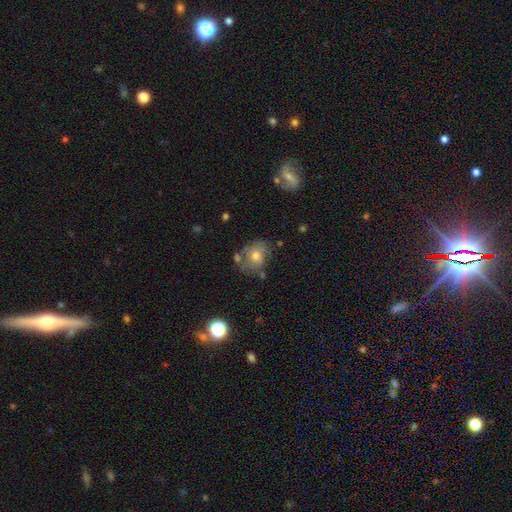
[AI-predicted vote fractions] Q: Smooth or featured?
A: smooth (55%); runner-up: featured or disk (34%)
Q: How rounded?
A: round (58%); runner-up: in between (41%)
Q: Merging?
A: none (53%); runner-up: minor disturbance (24%)